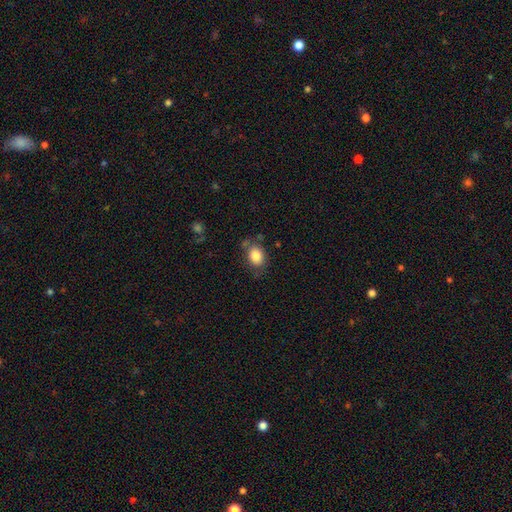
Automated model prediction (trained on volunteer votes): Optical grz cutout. It shows a smooth galaxy with no disk features (85%) that is in between round and cigar-shaped (70%). Merging: none (69%).